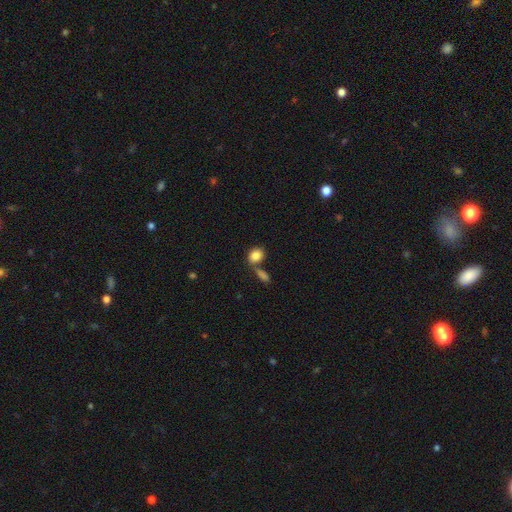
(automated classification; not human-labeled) smooth_or_featured: smooth (p=0.85) [alt: star or artifact p=0.09]
how_rounded: in between (p=0.54) [alt: round p=0.44]
merging: none (p=0.54) [alt: merger p=0.29]